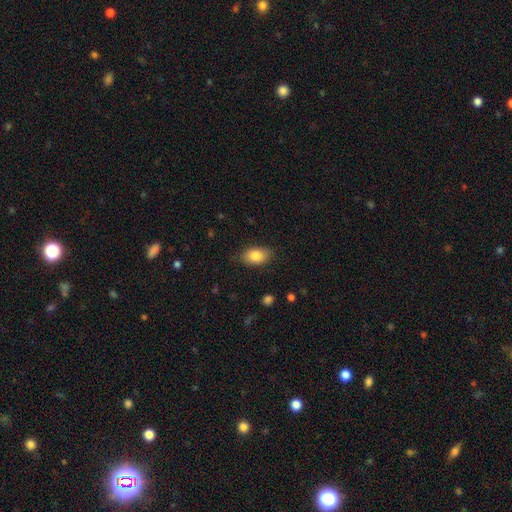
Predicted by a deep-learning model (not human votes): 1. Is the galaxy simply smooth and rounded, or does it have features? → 85% smooth, 8% featured or disk, 7% star or artifact.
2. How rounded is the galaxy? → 89% in between, 9% round, 2% cigar-shaped.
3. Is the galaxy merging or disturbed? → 81% none, 14% minor disturbance, 3% major disturbance, 1% merger.